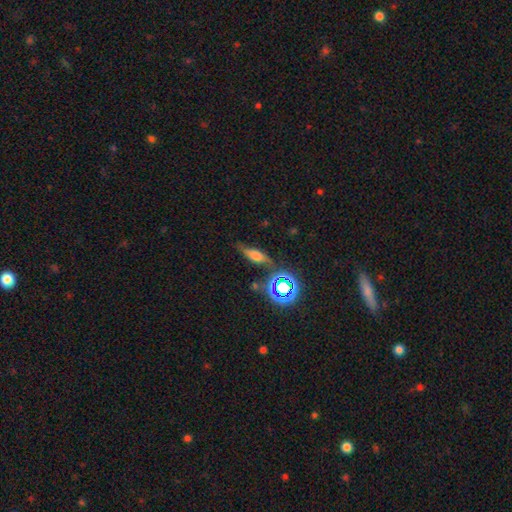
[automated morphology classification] smooth-or-featured: smooth: 42% | featured or disk: 40% | star or artifact: 18%
  merging: none: 65% | minor disturbance: 22% | major disturbance: 8% | merger: 5%